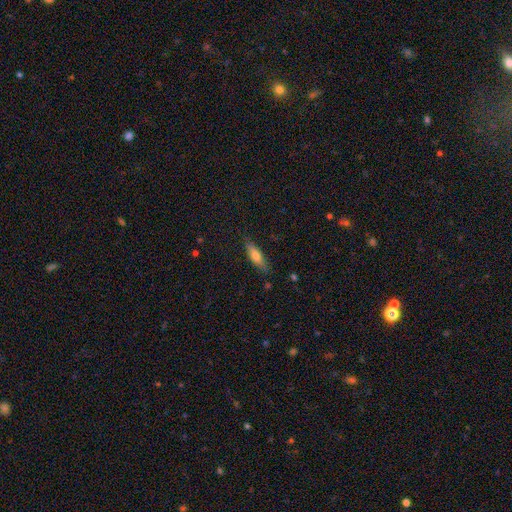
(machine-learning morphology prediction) This is likely a smooth galaxy (68%). How rounded: possibly cigar-shaped (54%). Merging: clearly none (81%).